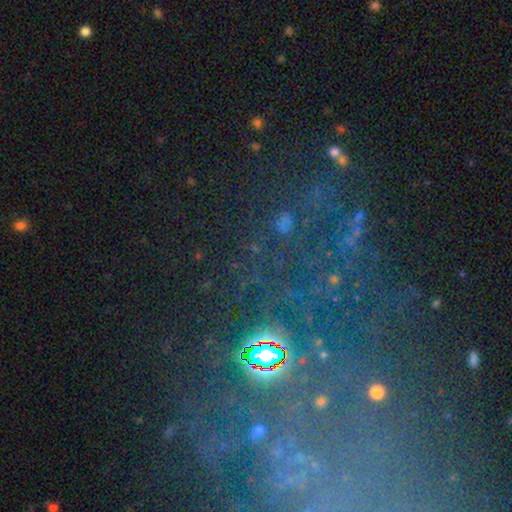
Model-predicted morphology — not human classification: type=star or artifact (61%).